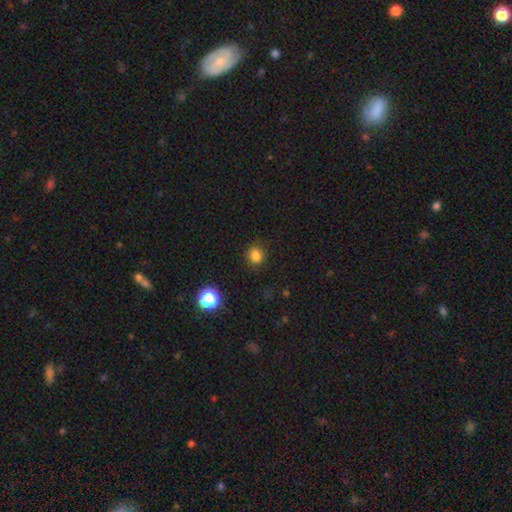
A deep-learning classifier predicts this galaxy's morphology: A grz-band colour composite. It shows a smooth galaxy with no disk features (81%) that is round (68%). Merging: none (84%).